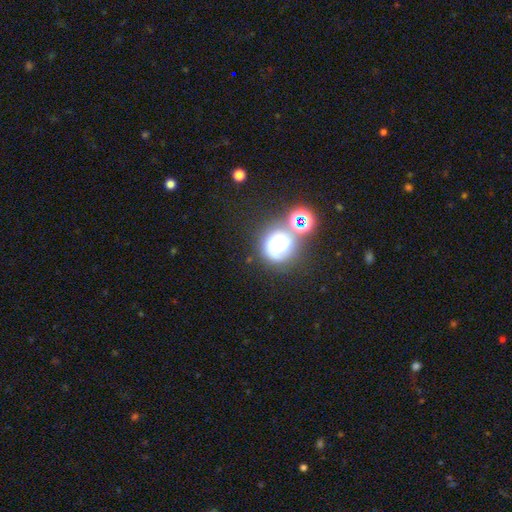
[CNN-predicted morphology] A star or artifact, not a galaxy (62%).

Vote fractions:
- Smooth or featured? star or artifact: 62% / smooth: 30% / featured or disk: 8%